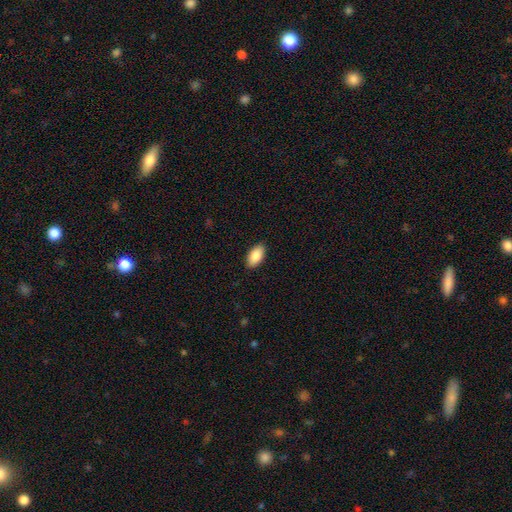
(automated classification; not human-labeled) This is clearly a smooth galaxy (87%). How rounded: clearly in between (94%). Merging: clearly none (89%).